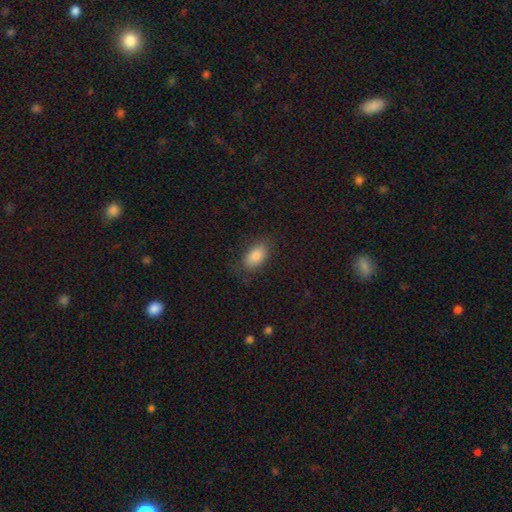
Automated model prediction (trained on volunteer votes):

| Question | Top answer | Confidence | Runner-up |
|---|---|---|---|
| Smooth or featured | smooth | 83% | featured or disk (9%) |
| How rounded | in between | 90% | round (7%) |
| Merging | none | 76% | minor disturbance (17%) |